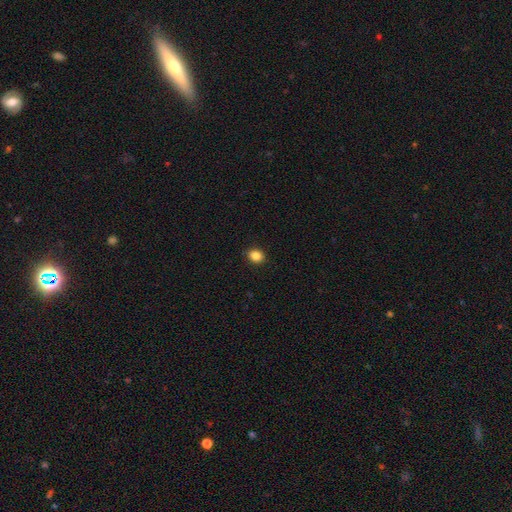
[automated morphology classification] Q: Smooth or featured?
A: smooth (86%); runner-up: star or artifact (10%)
Q: How rounded?
A: round (60%); runner-up: in between (39%)
Q: Merging?
A: none (92%); runner-up: minor disturbance (6%)